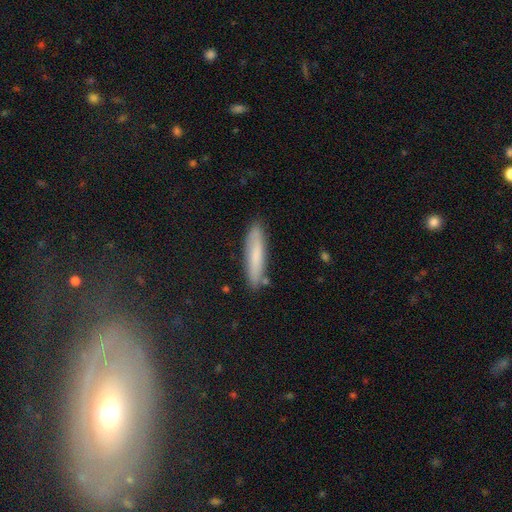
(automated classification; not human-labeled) This appears to be a smooth galaxy with no disk features (67%) that is cigar-shaped (87%). Merging: none (84%).